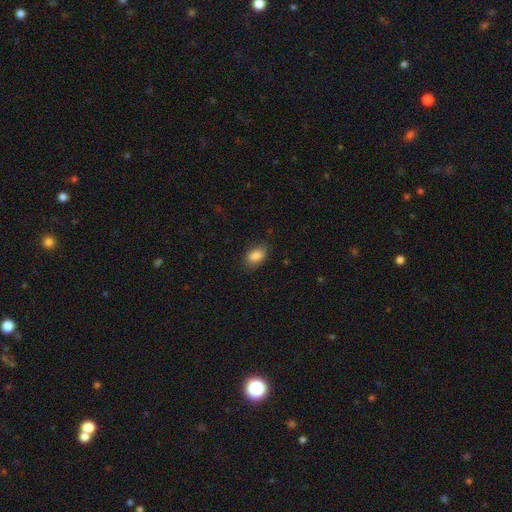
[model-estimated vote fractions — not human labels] Smooth or featured: smooth — 86% (star or artifact — 8%)
How rounded: in between — 88% (round — 10%)
Merging: none — 81% (minor disturbance — 14%)